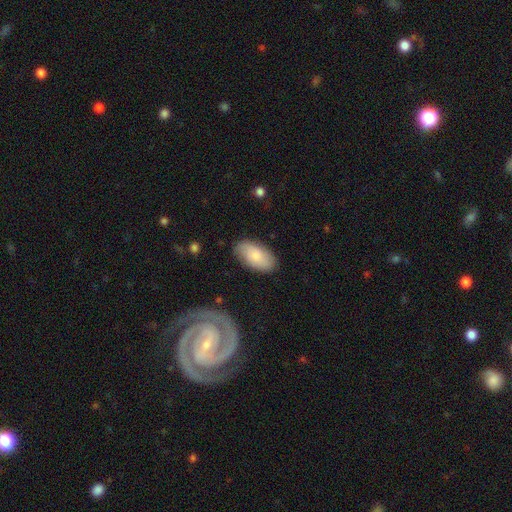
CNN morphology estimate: A smooth galaxy with no disk features (74%) that is in between round and cigar-shaped (95%).

Vote fractions:
- Smooth or featured? smooth: 74% / featured or disk: 20% / star or artifact: 6%
- How rounded? in between: 95% / round: 3% / cigar-shaped: 2%
- Merging? none: 82% / minor disturbance: 13% / major disturbance: 3% / merger: 2%